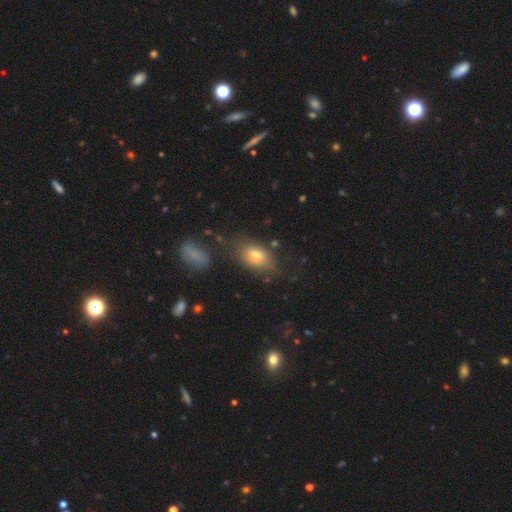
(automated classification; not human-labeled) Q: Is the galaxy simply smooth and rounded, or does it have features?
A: smooth — 73%.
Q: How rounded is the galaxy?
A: in between — 84%.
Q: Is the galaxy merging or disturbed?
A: none — 68%.